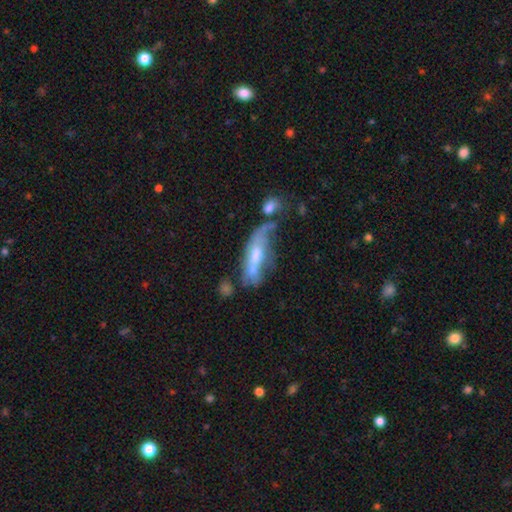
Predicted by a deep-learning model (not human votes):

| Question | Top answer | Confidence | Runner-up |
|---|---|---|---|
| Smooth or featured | featured or disk | 53% | smooth (38%) |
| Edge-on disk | no | 76% | yes (24%) |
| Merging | merger | 37% | major disturbance (25%) |